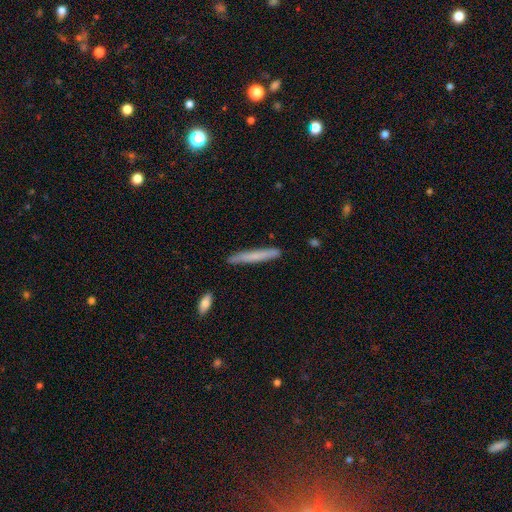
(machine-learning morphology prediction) The model was most divided on "smooth or featured": smooth: 68%, featured or disk: 26%, star or artifact: 6%. More confident: how rounded — cigar-shaped (96%); merging — none (88%).